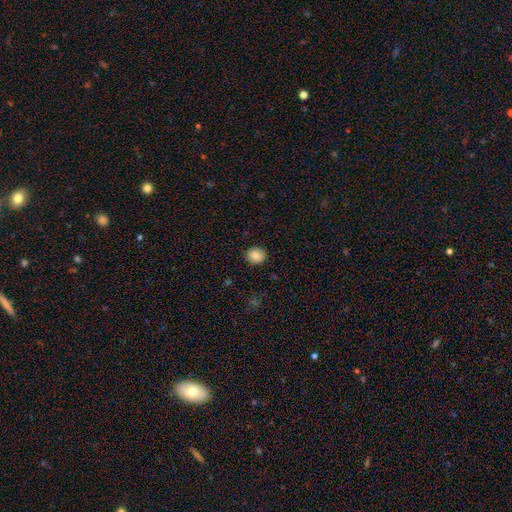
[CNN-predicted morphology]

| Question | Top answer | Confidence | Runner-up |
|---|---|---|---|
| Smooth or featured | smooth | 84% | star or artifact (9%) |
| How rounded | round | 77% | in between (22%) |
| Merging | none | 88% | minor disturbance (9%) |